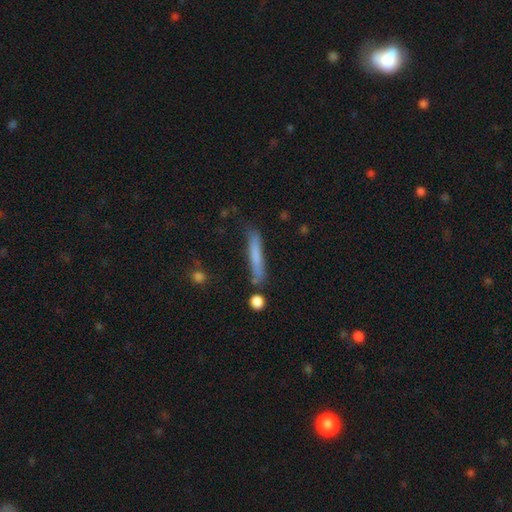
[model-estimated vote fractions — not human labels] Morphology: type=smooth (69%); roundness=cigar-shaped (94%); merging=none (75%).